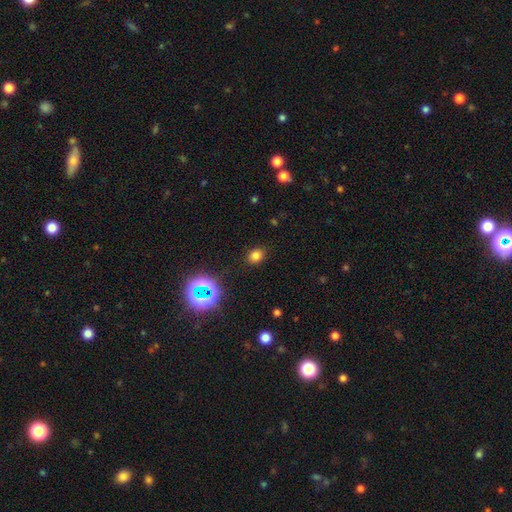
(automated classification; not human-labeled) Q: Smooth or featured?
A: smooth (75%); runner-up: star or artifact (19%)
Q: How rounded?
A: round (59%); runner-up: in between (40%)
Q: Merging?
A: none (86%); runner-up: minor disturbance (9%)